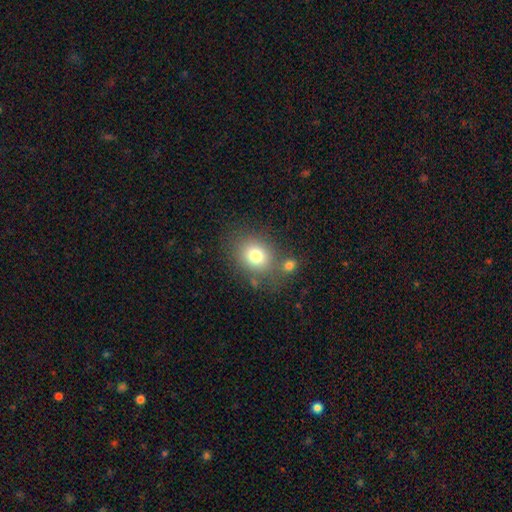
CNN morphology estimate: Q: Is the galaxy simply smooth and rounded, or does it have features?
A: smooth — 77%.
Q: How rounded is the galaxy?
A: round — 59%.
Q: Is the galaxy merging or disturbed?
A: none — 67%.